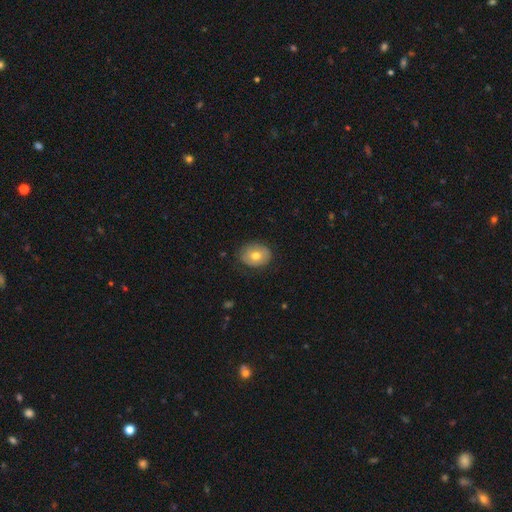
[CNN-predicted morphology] The model was most divided on "how rounded": round: 51%, in between: 49%, cigar-shaped: 1%. More confident: merging — none (76%); smooth or featured — smooth (65%).